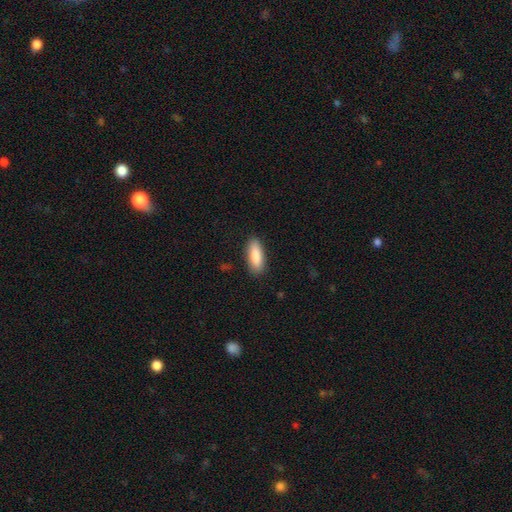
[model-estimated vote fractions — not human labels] smooth_or_featured: smooth (p=0.86) [alt: featured or disk p=0.08]
how_rounded: in between (p=0.66) [alt: cigar-shaped p=0.32]
merging: none (p=0.88) [alt: minor disturbance p=0.09]